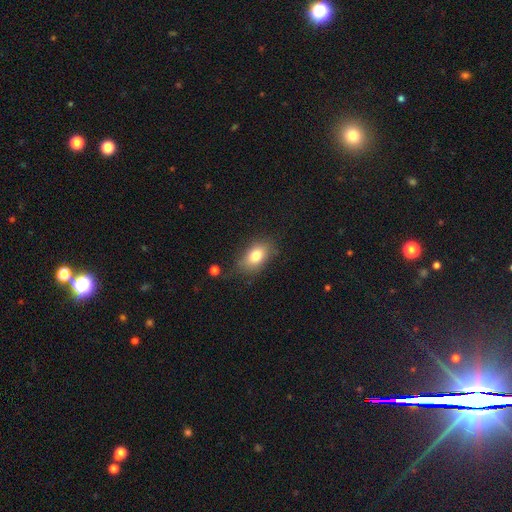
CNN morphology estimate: Smooth or featured? Predicted: smooth (p=0.78). How rounded? Predicted: in between (p=0.84). Merging? Predicted: none (p=0.74).